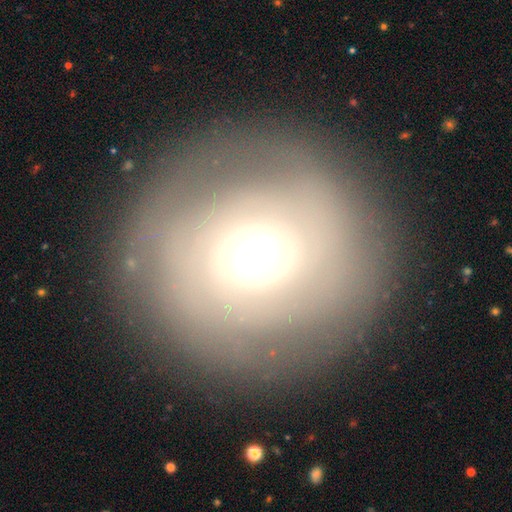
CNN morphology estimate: A featured or disk galaxy (68%) with no bar (62%), spiral arms (66%) and a moderate central bulge (62%). Merging: none (82%).